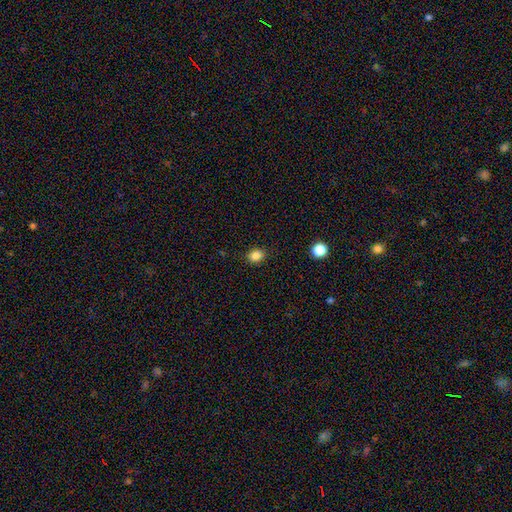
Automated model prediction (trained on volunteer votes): This is clearly a smooth galaxy (85%). How rounded: possibly round (53%). Merging: clearly none (89%).